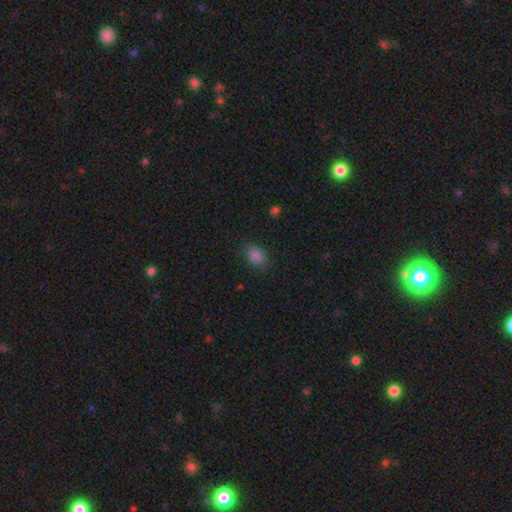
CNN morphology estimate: The model was most divided on "how rounded": in between: 67%, round: 32%, cigar-shaped: 1%. More confident: merging — none (86%); smooth or featured — smooth (84%).